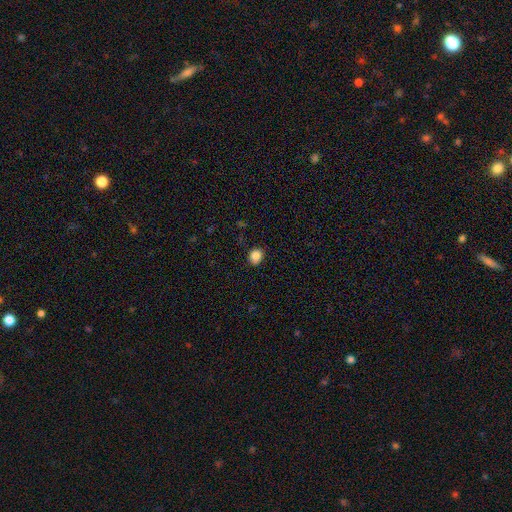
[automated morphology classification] The model was most divided on "how rounded": round: 60%, in between: 40%, cigar-shaped: 1%. More confident: smooth or featured — smooth (86%); merging — none (78%).